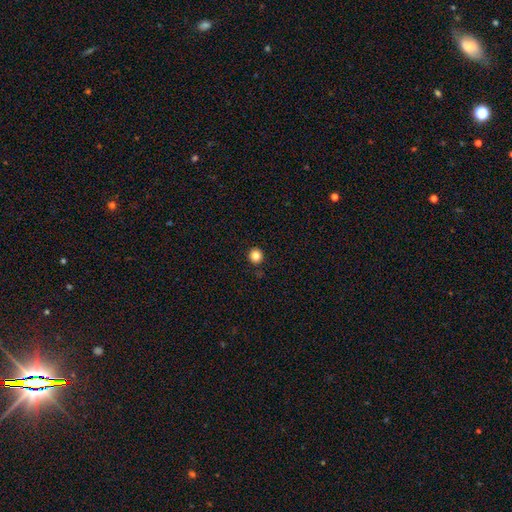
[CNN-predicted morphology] This is clearly a smooth galaxy (84%). How rounded: clearly round (94%). Merging: clearly none (91%).